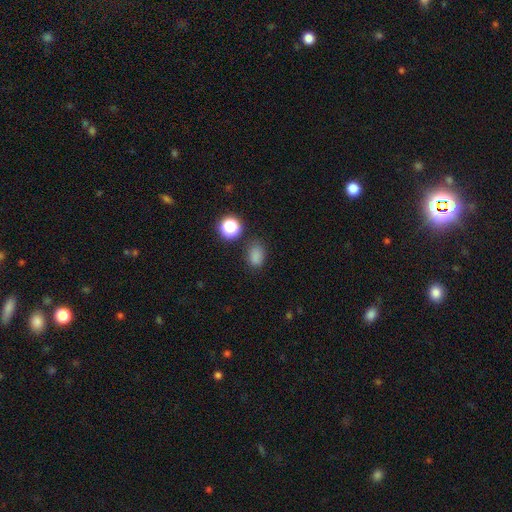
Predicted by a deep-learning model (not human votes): Overall: smooth (78%). How rounded: in between (71%). Merging: none (74%).